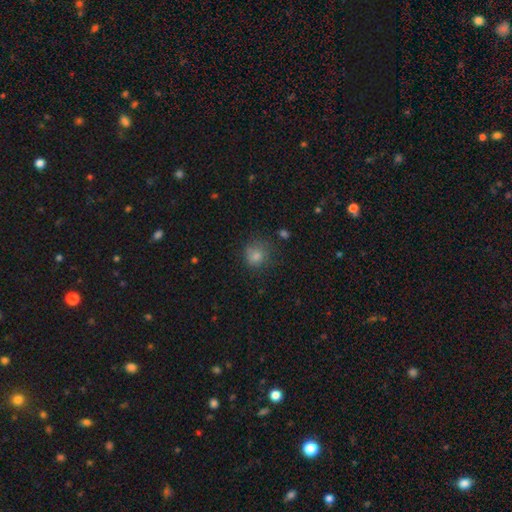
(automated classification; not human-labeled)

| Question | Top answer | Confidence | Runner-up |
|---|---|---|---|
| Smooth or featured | smooth | 74% | star or artifact (18%) |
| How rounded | round | 83% | in between (16%) |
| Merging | none | 69% | minor disturbance (20%) |